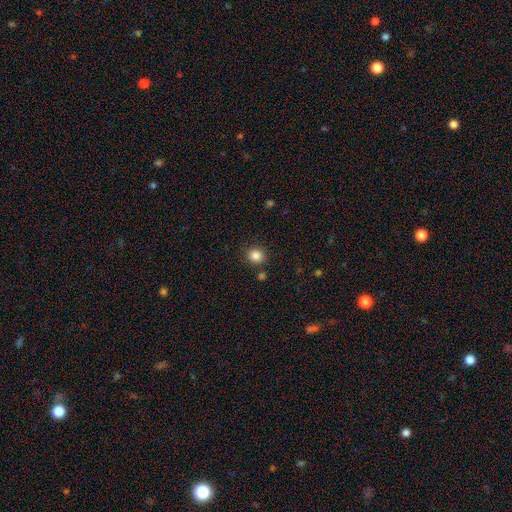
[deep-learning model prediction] Smooth or featured?
  - smooth: 85% *
  - star or artifact: 11%
  - featured or disk: 4%
How rounded?
  - round: 84% *
  - in between: 15%
  - cigar-shaped: 1%
Merging?
  - none: 85% *
  - minor disturbance: 9%
  - merger: 4%
  - major disturbance: 3%